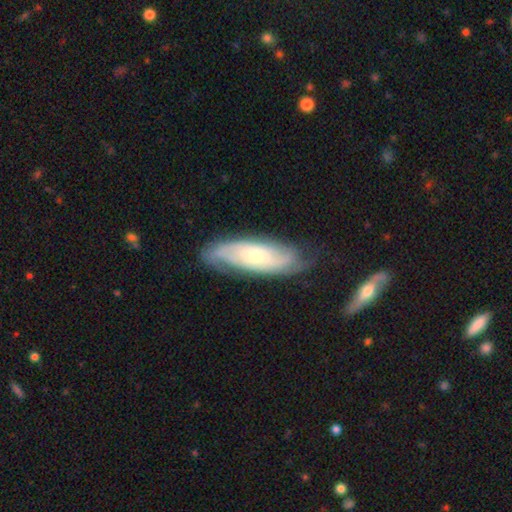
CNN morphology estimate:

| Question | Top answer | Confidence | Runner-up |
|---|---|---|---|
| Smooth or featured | featured or disk | 70% | smooth (25%) |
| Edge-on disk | no | 85% | yes (15%) |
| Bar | no | 71% | weak (23%) |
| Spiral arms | yes | 91% | no (9%) |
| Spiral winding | tight | 53% | medium (33%) |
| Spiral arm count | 2 | 45% | can't tell (36%) |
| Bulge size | small | 62% | moderate (32%) |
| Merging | none | 73% | minor disturbance (20%) |